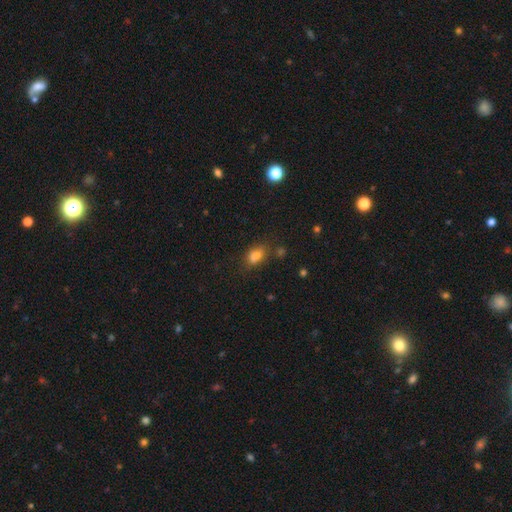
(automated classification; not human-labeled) Smooth or featured: smooth — 74% (star or artifact — 16%)
How rounded: in between — 73% (round — 23%)
Merging: none — 49% (merger — 27%)